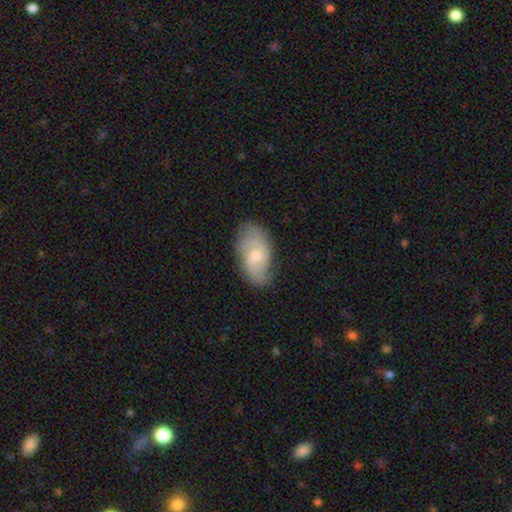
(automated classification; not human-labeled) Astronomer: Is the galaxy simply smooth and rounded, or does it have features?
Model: featured or disk — 64%.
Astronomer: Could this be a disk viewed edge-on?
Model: no — 95%.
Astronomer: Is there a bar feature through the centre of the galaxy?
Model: no — 55% (runner-up: weak, 40%).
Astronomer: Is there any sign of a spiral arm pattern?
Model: yes — 90%.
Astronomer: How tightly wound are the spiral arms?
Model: medium — 46% (runner-up: tight, 31%).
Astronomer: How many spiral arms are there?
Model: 2 — 70%.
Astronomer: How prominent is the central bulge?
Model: moderate — 54% (runner-up: small, 37%).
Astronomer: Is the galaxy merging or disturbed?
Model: none — 72%.